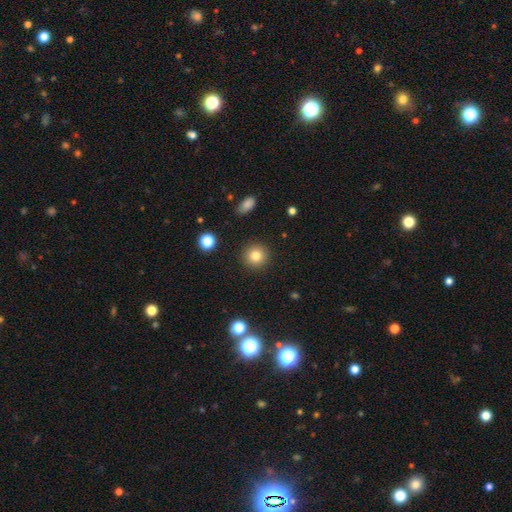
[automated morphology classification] type=smooth (82%); roundness=round (94%); merging=none (91%).